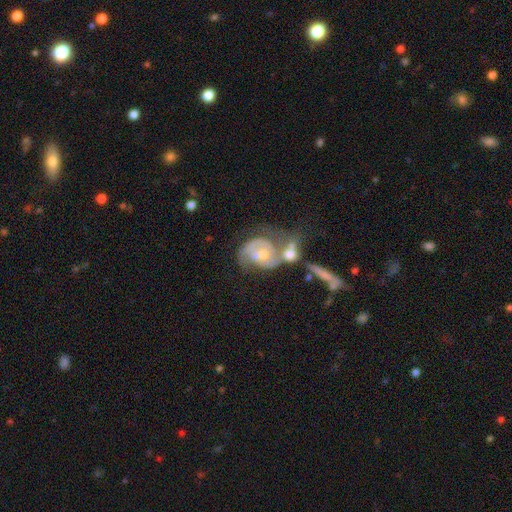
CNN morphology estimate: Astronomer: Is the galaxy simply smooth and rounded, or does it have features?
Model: featured or disk — 77%.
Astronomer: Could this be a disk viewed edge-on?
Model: no — 97%.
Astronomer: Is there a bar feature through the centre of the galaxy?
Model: no — 61%.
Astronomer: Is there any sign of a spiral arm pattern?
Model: yes — 88%.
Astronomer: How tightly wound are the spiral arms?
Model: medium — 45% (runner-up: tight, 36%).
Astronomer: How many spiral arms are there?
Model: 2 — 71%.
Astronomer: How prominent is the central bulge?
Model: moderate — 46% (runner-up: small, 45%).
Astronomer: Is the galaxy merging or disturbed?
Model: merger — 48% (runner-up: none, 25%).